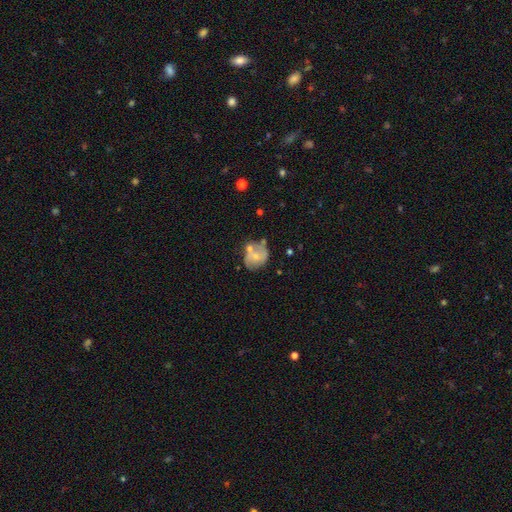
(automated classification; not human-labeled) The model was most divided on "smooth or featured": featured or disk: 53%, smooth: 39%, star or artifact: 8%. Remaining: edge-on disk — no (97%); bar — no (67%); spiral arms — yes (63%); bulge size — small (56%); merging — none (48%).